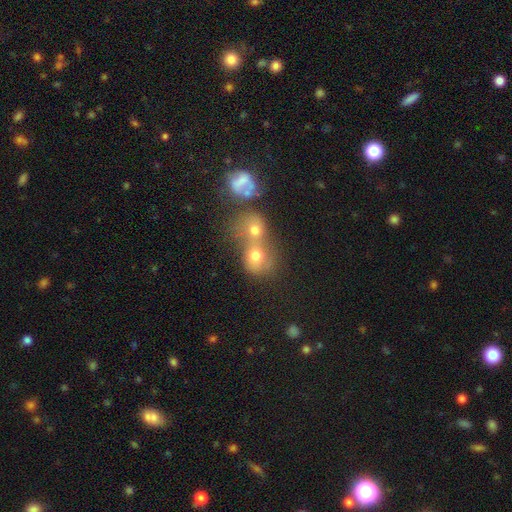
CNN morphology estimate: Smooth or featured: smooth — 63% (featured or disk — 19%)
How rounded: round — 72% (in between — 27%)
Merging: merger — 62% (none — 26%)